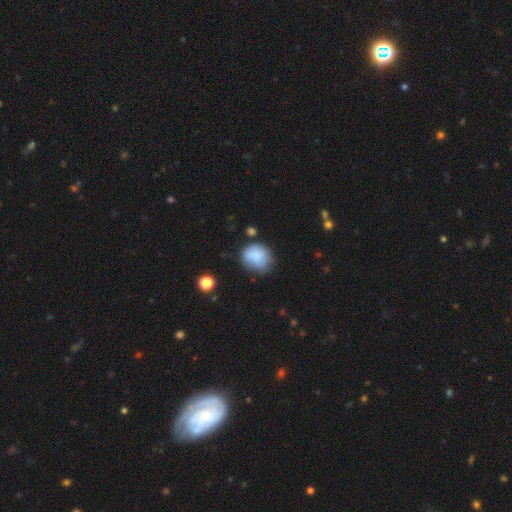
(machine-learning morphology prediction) Smooth or featured?
  - smooth: 73% *
  - featured or disk: 18%
  - star or artifact: 8%
How rounded?
  - round: 68% *
  - in between: 31%
  - cigar-shaped: 1%
Merging?
  - none: 54% *
  - minor disturbance: 27%
  - major disturbance: 10%
  - merger: 9%